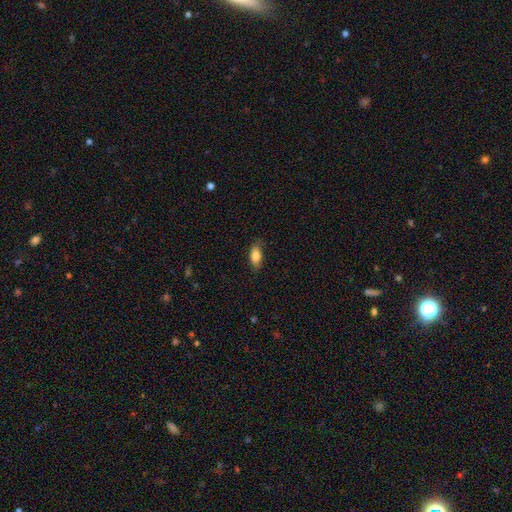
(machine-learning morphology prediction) smooth 84%, featured or disk 9%, star or artifact 7%. Down the decision tree: how rounded — in between (85%); merging — none (83%).